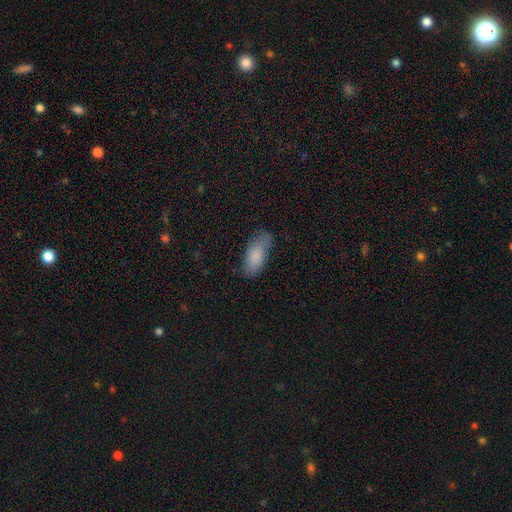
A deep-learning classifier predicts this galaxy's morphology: This appears to be a smooth galaxy with no disk features (83%) that is in between round and cigar-shaped (82%). Merging: none (70%).